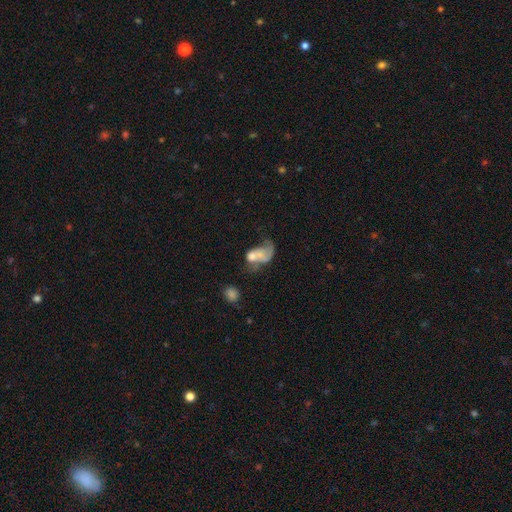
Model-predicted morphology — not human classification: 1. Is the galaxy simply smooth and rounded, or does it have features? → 49% smooth, 41% featured or disk, 10% star or artifact.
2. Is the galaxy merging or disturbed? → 38% merger, 36% major disturbance, 14% none, 12% minor disturbance.